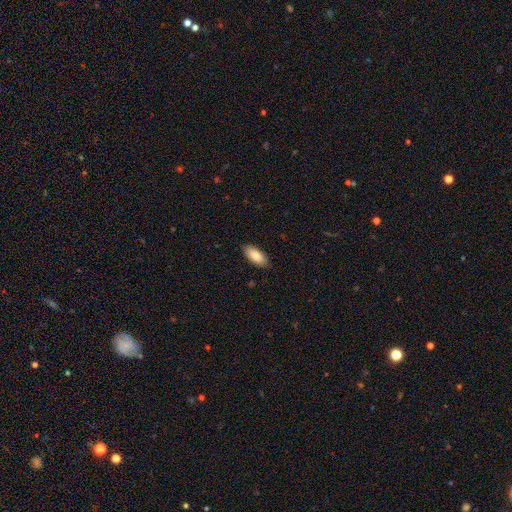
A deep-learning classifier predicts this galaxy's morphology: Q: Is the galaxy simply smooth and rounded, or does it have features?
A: smooth — 84%.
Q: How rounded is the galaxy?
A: in between — 90%.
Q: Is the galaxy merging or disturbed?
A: none — 86%.